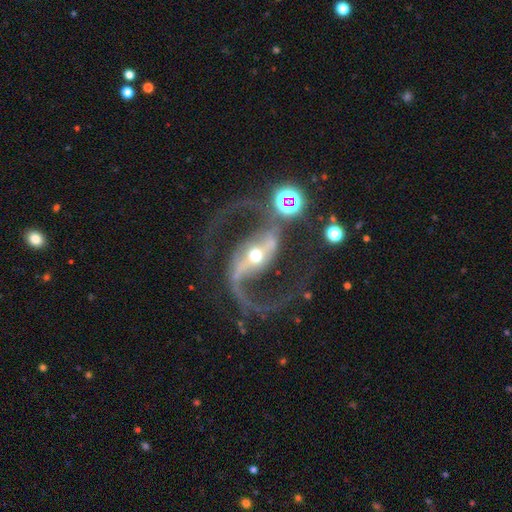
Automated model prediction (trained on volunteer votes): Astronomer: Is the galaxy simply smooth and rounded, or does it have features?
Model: featured or disk — 90%.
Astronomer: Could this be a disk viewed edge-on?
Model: no — 95%.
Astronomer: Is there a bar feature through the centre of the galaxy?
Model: strong — 63%.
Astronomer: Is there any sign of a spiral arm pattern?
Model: yes — 95%.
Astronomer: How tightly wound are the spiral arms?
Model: loose — 62%.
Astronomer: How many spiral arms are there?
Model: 2 — 93%.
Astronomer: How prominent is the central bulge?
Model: moderate — 67%.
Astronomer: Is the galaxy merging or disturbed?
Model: none — 59%.